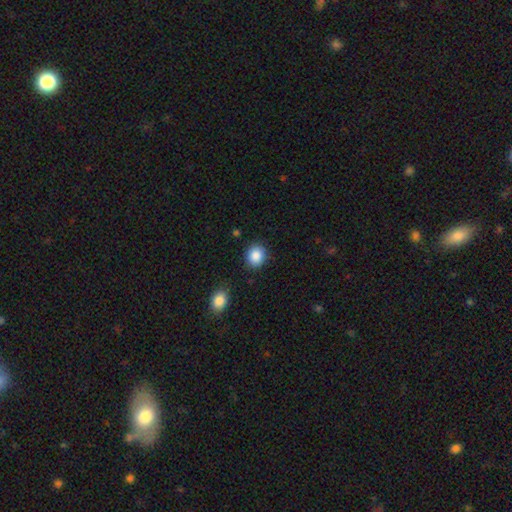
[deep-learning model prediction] Smooth or featured: smooth — 88% (star or artifact — 8%)
How rounded: round — 71% (in between — 28%)
Merging: none — 86% (minor disturbance — 9%)